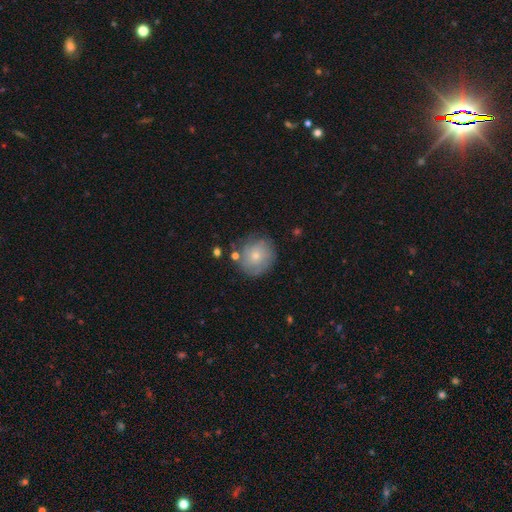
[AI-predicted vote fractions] This is possibly a smooth galaxy (56%). How rounded: clearly round (87%). Merging: likely none (73%).